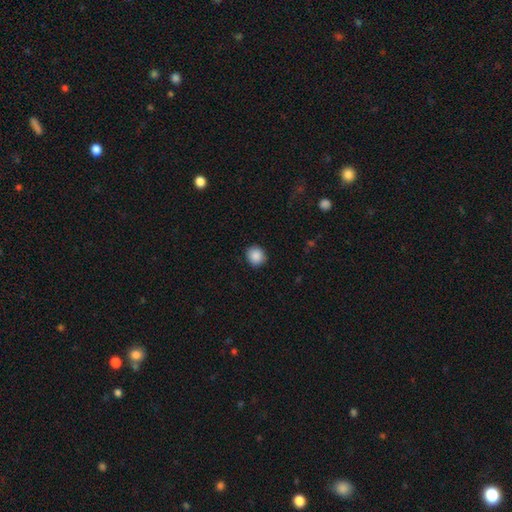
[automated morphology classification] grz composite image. It shows a smooth galaxy with no disk features (89%) that is round (86%). Merging: none (90%).